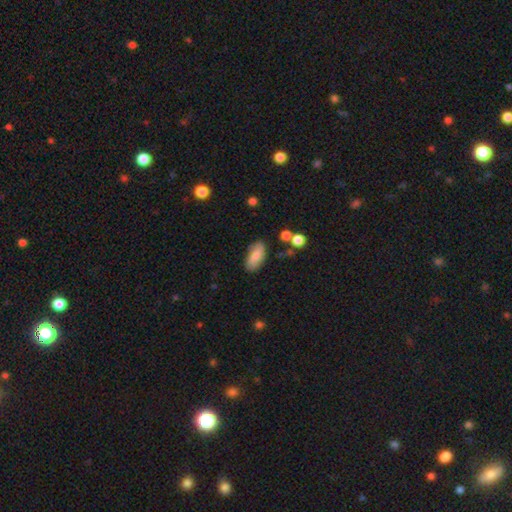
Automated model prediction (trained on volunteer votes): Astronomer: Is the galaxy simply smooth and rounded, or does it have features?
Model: smooth — 71%.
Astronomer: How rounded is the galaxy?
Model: in between — 86%.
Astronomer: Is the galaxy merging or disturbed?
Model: none — 78%.